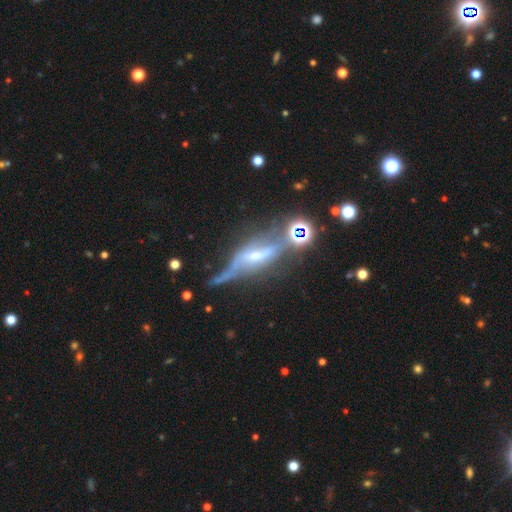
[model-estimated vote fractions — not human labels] The model was most divided on "merging": none: 40%, major disturbance: 25%, minor disturbance: 23%, merger: 12%. More confident: smooth or featured — featured or disk (77%); edge-on bulge — rounded (69%); edge-on disk — yes (65%).